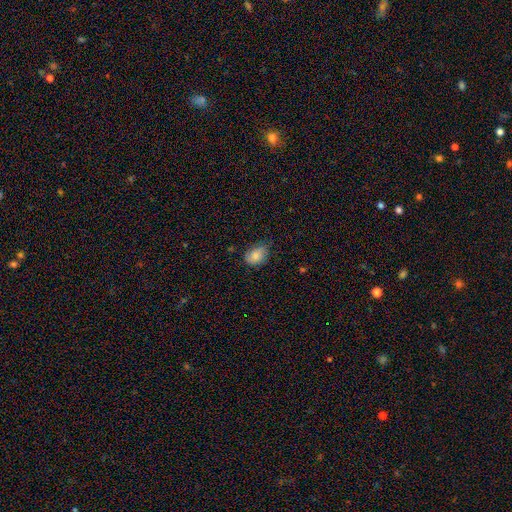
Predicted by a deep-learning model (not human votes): Morphology: type=smooth (81%); roundness=in between (78%); merging=none (66%).